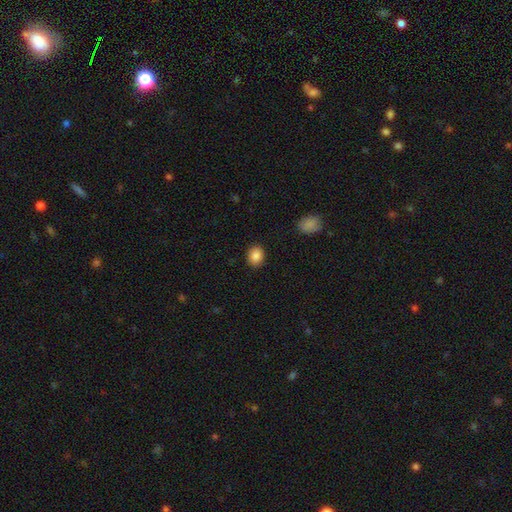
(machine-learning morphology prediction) Q: Smooth or featured?
A: smooth (86%); runner-up: star or artifact (9%)
Q: How rounded?
A: round (60%); runner-up: in between (39%)
Q: Merging?
A: none (90%); runner-up: minor disturbance (7%)